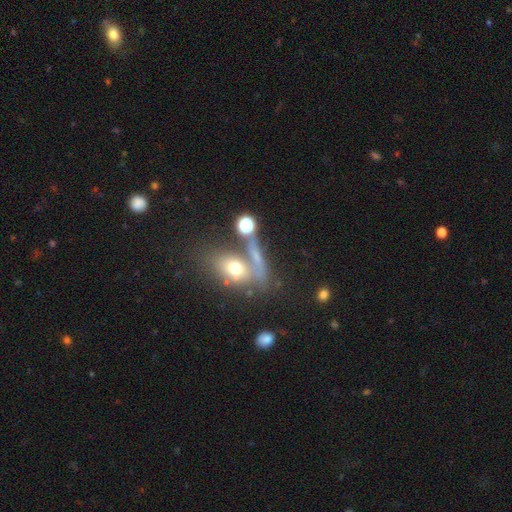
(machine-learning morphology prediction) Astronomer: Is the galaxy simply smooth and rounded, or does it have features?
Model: smooth — 54% (runner-up: featured or disk, 31%).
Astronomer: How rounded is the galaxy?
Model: in between — 60%.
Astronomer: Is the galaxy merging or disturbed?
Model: none — 38% (runner-up: merger, 33%).